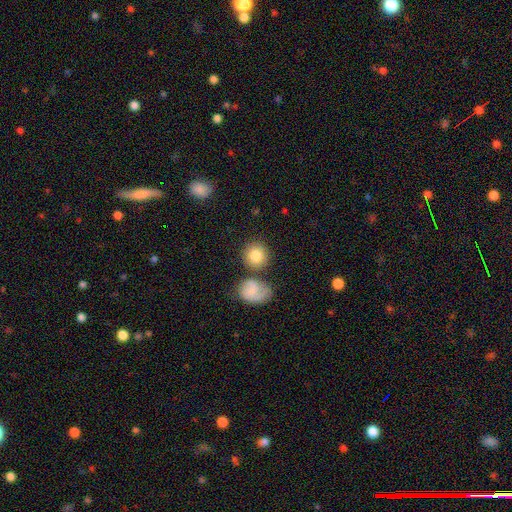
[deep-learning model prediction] Morphology: type=smooth (80%); roundness=round (87%); merging=none (67%).